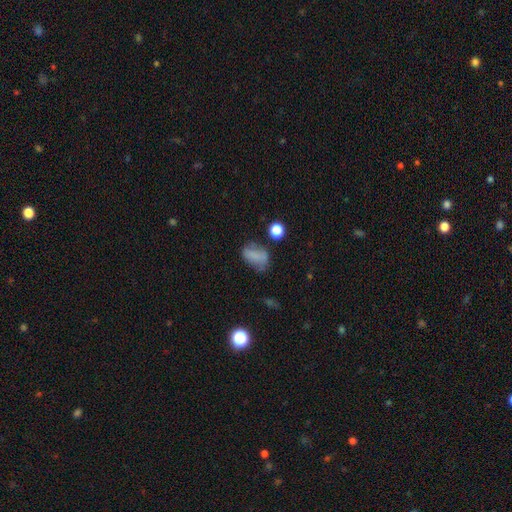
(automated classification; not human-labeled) A smooth galaxy with no disk features (70%) that is in between round and cigar-shaped (81%). Merging: none (48%).